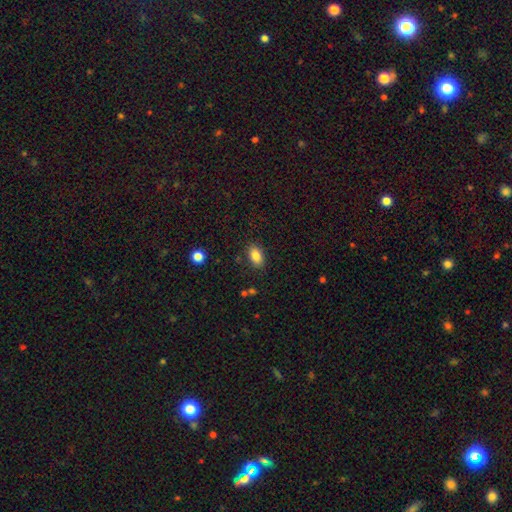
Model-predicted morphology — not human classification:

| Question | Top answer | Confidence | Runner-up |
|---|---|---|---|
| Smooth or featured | smooth | 84% | star or artifact (9%) |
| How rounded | in between | 89% | round (9%) |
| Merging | none | 85% | minor disturbance (10%) |